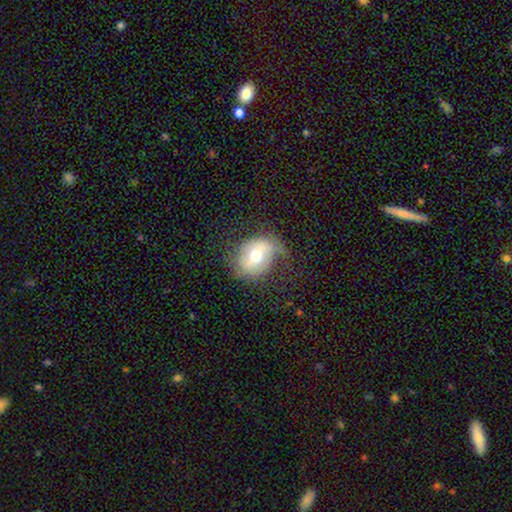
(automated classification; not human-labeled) Smooth or featured?
  - featured or disk: 46% *
  - smooth: 45%
  - star or artifact: 9%
Merging?
  - none: 55% *
  - minor disturbance: 26%
  - major disturbance: 18%
  - merger: 2%